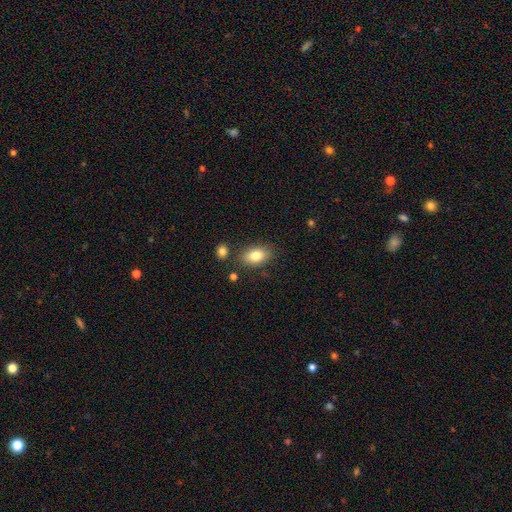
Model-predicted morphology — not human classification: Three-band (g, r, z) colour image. It shows a smooth galaxy with no disk features (82%) that is in between round and cigar-shaped (90%). Merging: none (81%).